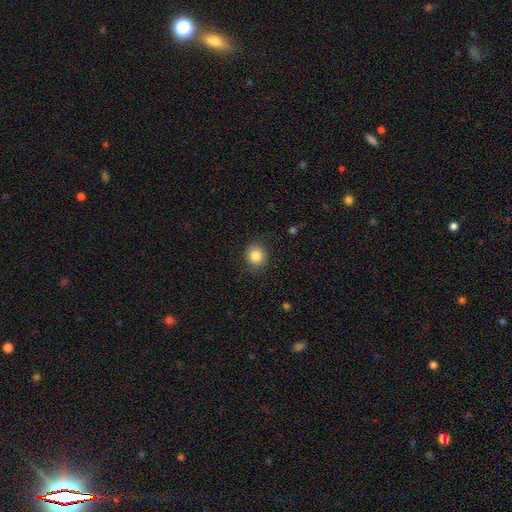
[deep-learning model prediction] Smooth or featured? Predicted: smooth (p=0.85). How rounded? Predicted: round (p=0.86). Merging? Predicted: none (p=0.87).